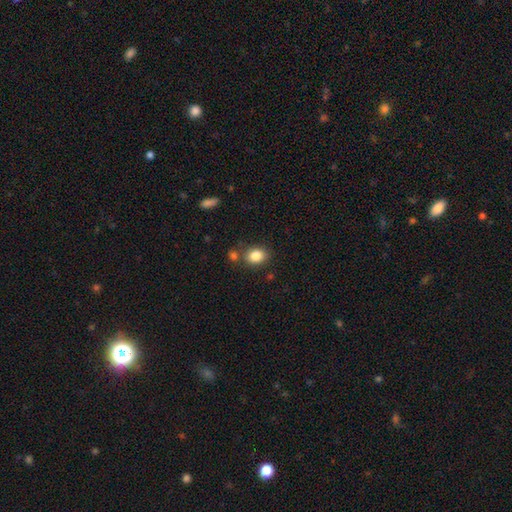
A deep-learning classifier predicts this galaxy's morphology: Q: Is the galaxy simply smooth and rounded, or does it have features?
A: smooth — 85%.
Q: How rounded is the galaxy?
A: in between — 59%.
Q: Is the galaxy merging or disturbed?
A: none — 74%.